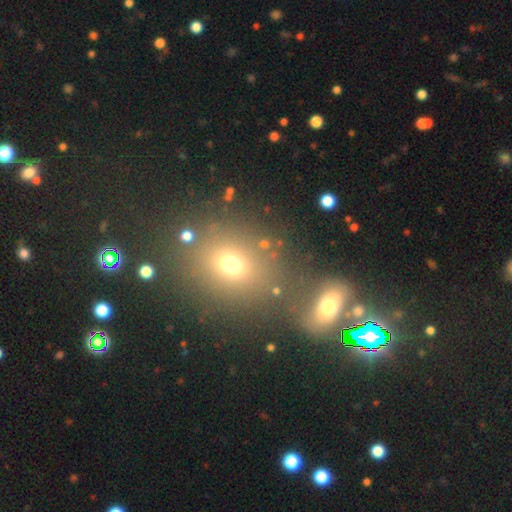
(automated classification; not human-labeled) Morphology: type=smooth (51%); roundness=round (70%); merging=none (70%).